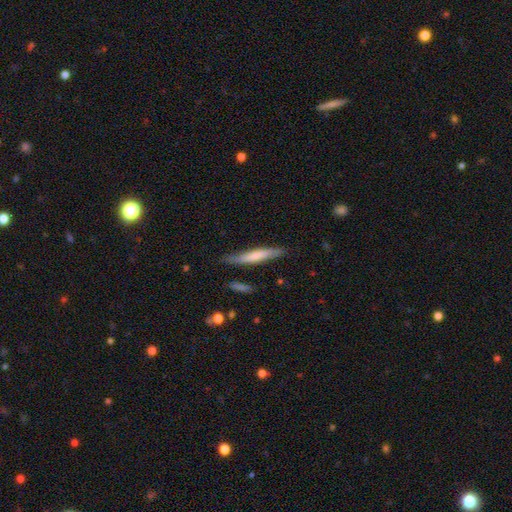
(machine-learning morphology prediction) Smooth or featured? Predicted: smooth (p=0.61). How rounded? Predicted: cigar-shaped (p=0.94). Merging? Predicted: none (p=0.82).